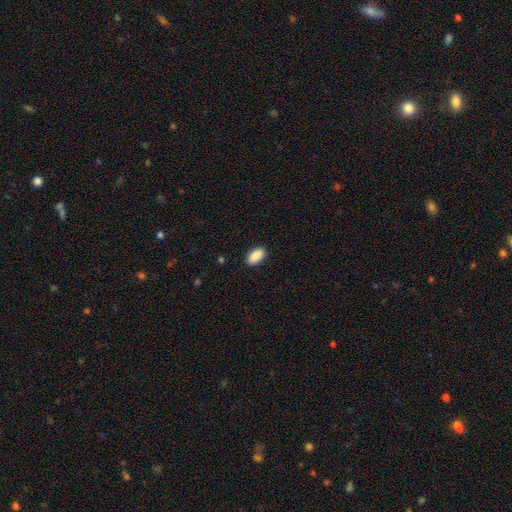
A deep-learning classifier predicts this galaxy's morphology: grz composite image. It shows a smooth galaxy with no disk features (90%) that is in between round and cigar-shaped (93%). Merging: none (88%).